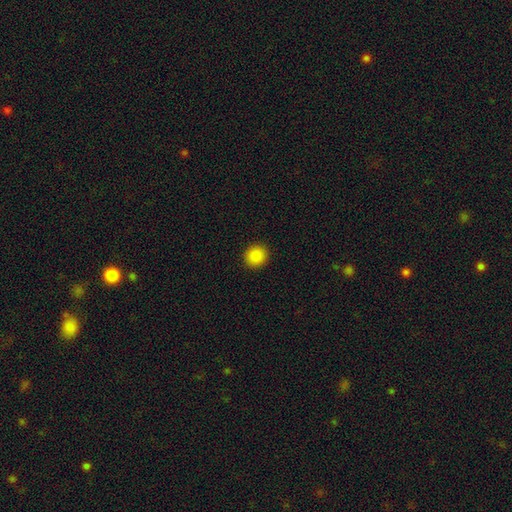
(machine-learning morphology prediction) Smooth or featured? Predicted: smooth (p=0.85). How rounded? Predicted: round (p=0.89). Merging? Predicted: none (p=0.93).